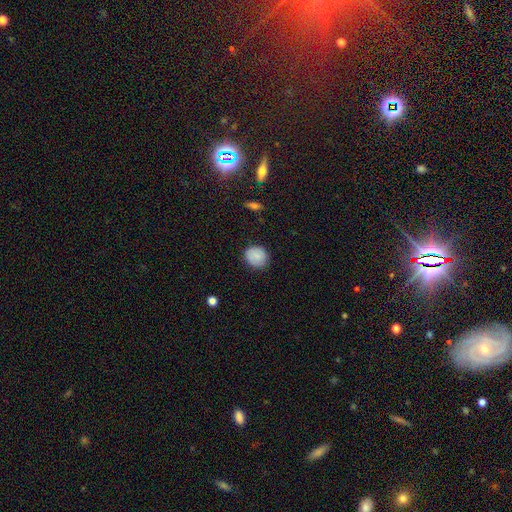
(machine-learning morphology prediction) Smooth or featured? Predicted: smooth (p=0.83). How rounded? Predicted: round (p=0.80). Merging? Predicted: none (p=0.83).